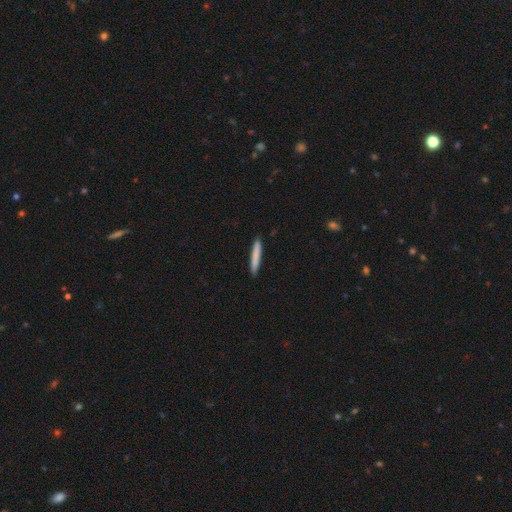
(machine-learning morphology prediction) Smooth or featured: smooth — 81% (featured or disk — 13%)
How rounded: cigar-shaped — 95% (in between — 4%)
Merging: none — 91% (minor disturbance — 6%)